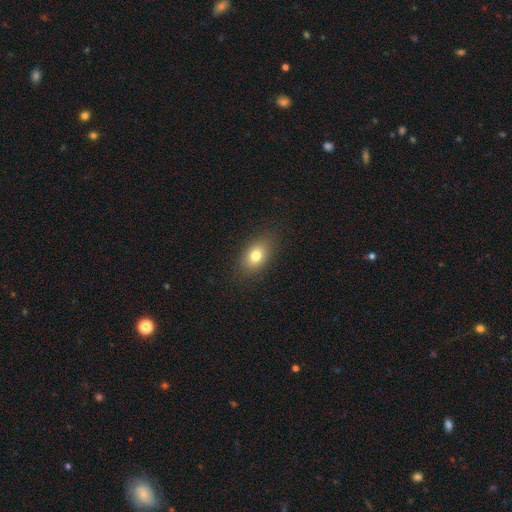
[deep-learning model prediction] smooth_or_featured: smooth (p=0.77) [alt: featured or disk p=0.12]
how_rounded: in between (p=0.80) [alt: round p=0.18]
merging: none (p=0.85) [alt: minor disturbance p=0.10]